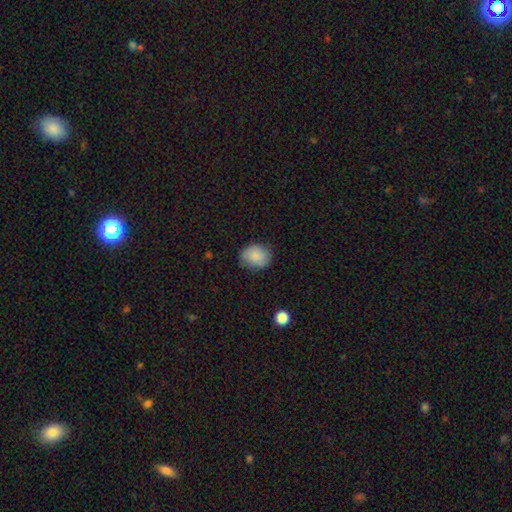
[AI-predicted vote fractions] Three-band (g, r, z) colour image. It shows a smooth galaxy with no disk features (85%) that is in between round and cigar-shaped (54%). Merging: none (77%).